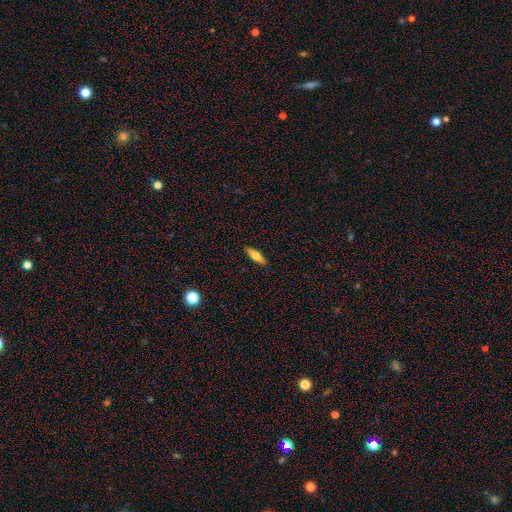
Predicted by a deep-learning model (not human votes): Smooth or featured: smooth — 62% (featured or disk — 32%)
How rounded: cigar-shaped — 52% (in between — 45%)
Merging: none — 89% (minor disturbance — 8%)